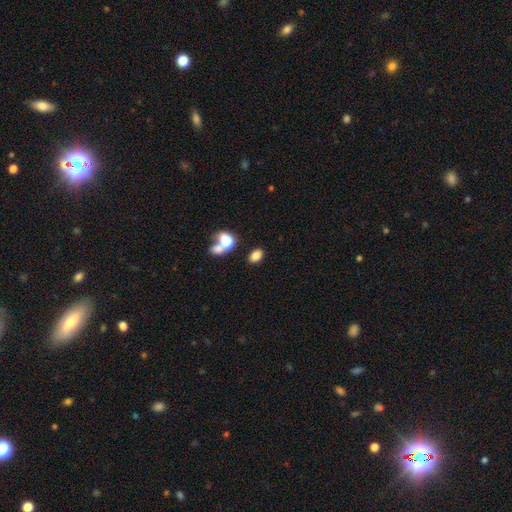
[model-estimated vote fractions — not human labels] Overall: smooth (80%). How rounded: in between (77%). Merging: none (68%).